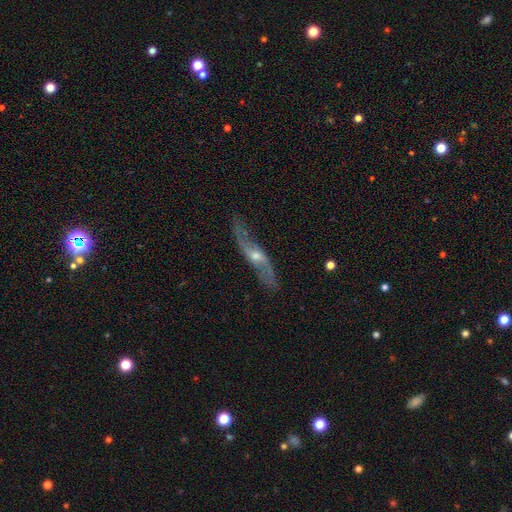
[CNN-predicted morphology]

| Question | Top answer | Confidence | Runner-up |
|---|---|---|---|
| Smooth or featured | featured or disk | 80% | smooth (13%) |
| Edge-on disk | no | 61% | yes (39%) |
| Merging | none | 79% | minor disturbance (15%) |